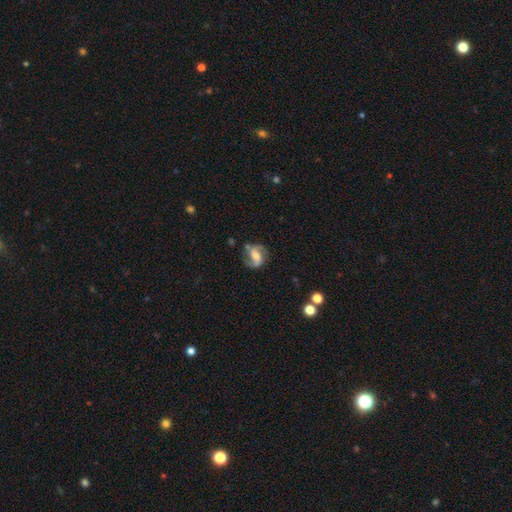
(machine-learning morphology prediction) A featured or disk galaxy (82%) with a weak bar (43%), 2 (90%) medium (47%) spiral arms (95%) and a moderate central bulge (51%).

Vote fractions:
- Smooth or featured? featured or disk: 82% / smooth: 12% / star or artifact: 7%
- Edge-on disk? no: 97% / yes: 3%
- Bar? weak: 43% / strong: 34% / no: 24%
- Spiral arms? yes: 95% / no: 5%
- Spiral winding? medium: 47% / loose: 37% / tight: 16%
- Spiral arm count? 2: 90% / 1: 4% / can't tell: 3% / 3: 2% / 4: 1% / more than 4: 1%
- Bulge size? moderate: 51% / small: 31% / large: 9% / none: 7% / dominant: 2%
- Merging? none: 73% / minor disturbance: 16% / major disturbance: 8% / merger: 3%